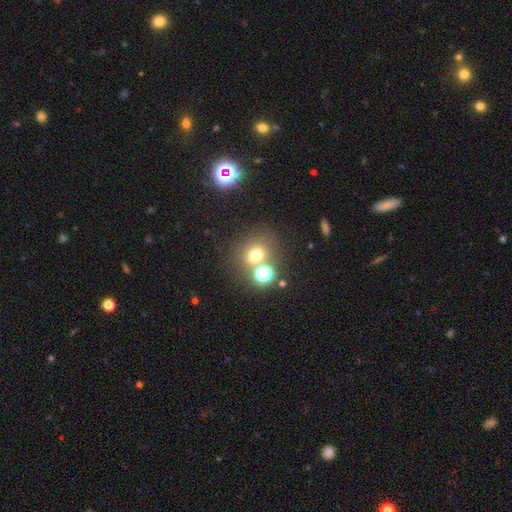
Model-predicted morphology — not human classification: This is likely a smooth galaxy (67%). How rounded: likely round (74%). Merging: likely none (63%).